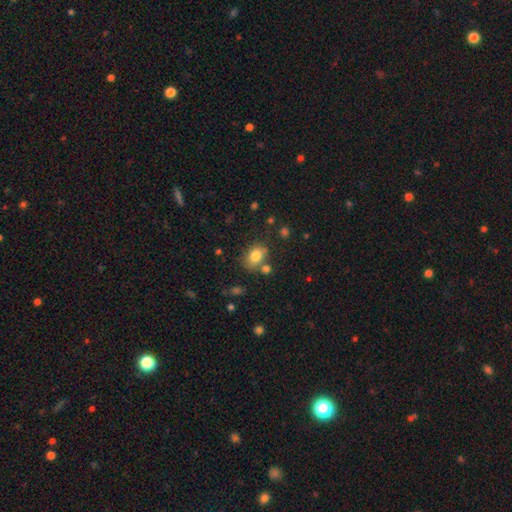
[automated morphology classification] Smooth or featured?
  - smooth: 80% *
  - featured or disk: 10%
  - star or artifact: 10%
How rounded?
  - in between: 64% *
  - round: 34%
  - cigar-shaped: 1%
Merging?
  - none: 64% *
  - minor disturbance: 18%
  - merger: 13%
  - major disturbance: 6%